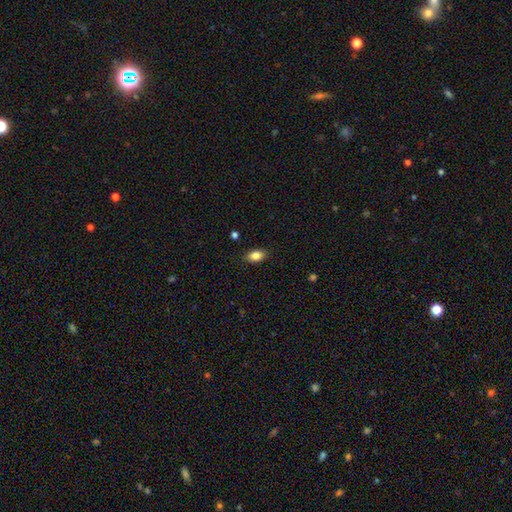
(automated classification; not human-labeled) Smooth or featured: smooth — 86% (star or artifact — 8%)
How rounded: in between — 89% (round — 9%)
Merging: none — 87% (minor disturbance — 10%)